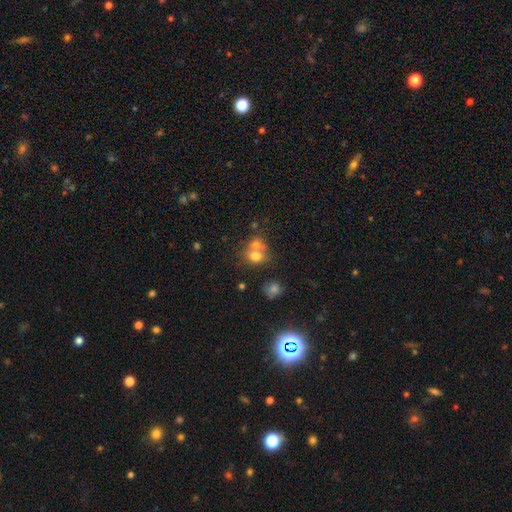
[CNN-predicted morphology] Smooth or featured? smooth (71%)
How rounded? round (55%)
Merging? merger (55%)